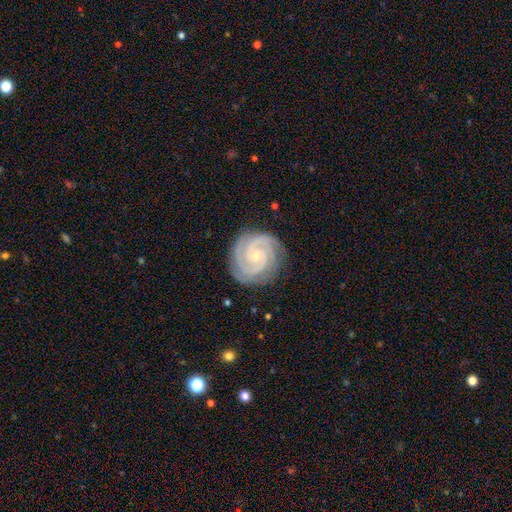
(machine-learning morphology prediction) smooth-or-featured: featured or disk: 92% | star or artifact: 5% | smooth: 3%
  disk-edge-on: no: 98% | yes: 2%
    bar: no: 68% | weak: 23% | strong: 9%
    has-spiral-arms: yes: 99% | no: 1%
      spiral-winding: tight: 83% | medium: 16% | loose: 2%
      spiral-arm-count: 2: 48% | 3: 31% | 4: 7% | can't tell: 6% | more than 4: 4% | 1: 4%
    bulge-size: small: 80% | moderate: 17% | none: 2% | large: 1% | dominant: 1%
  merging: none: 84% | minor disturbance: 12% | major disturbance: 3% | merger: 1%